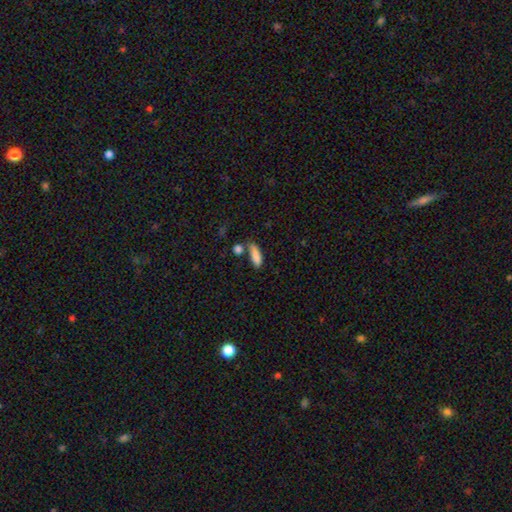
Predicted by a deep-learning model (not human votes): A smooth galaxy with no disk features (85%) that is in between round and cigar-shaped (52%). Merging: none (60%).